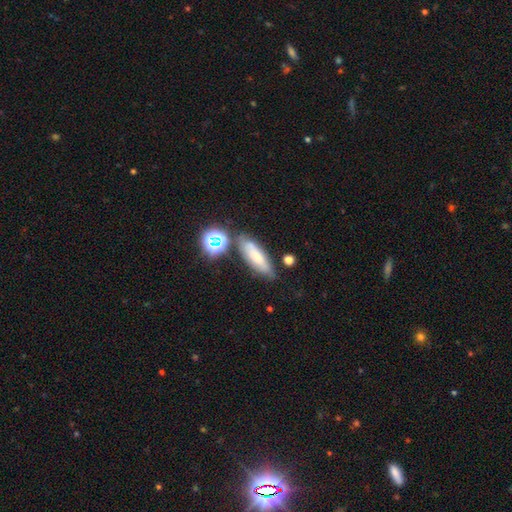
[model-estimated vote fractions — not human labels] This appears to be a smooth galaxy with no disk features (61%) that is in between round and cigar-shaped (52%). Merging: none (66%).